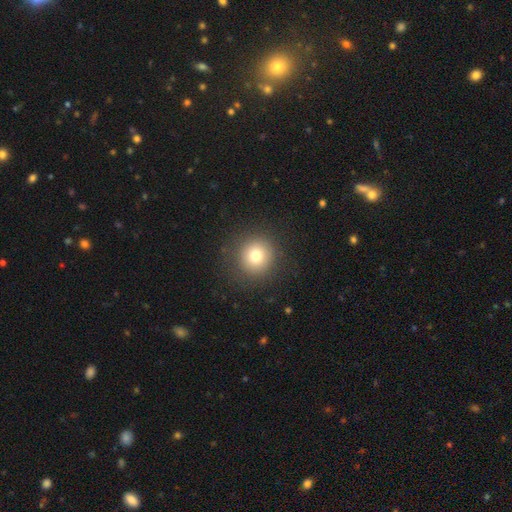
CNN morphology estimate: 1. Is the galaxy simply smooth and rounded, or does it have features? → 77% smooth, 13% star or artifact, 10% featured or disk.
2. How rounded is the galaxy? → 93% round, 6% in between, 1% cigar-shaped.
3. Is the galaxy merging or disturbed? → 89% none, 7% minor disturbance, 3% major disturbance, 1% merger.